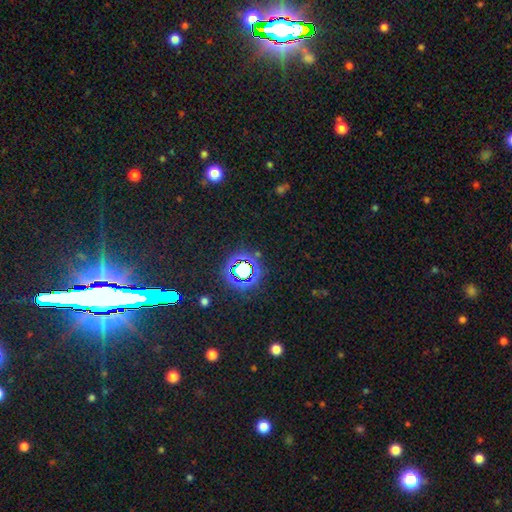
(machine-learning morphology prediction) Smooth or featured: star or artifact — 78% (smooth — 14%)